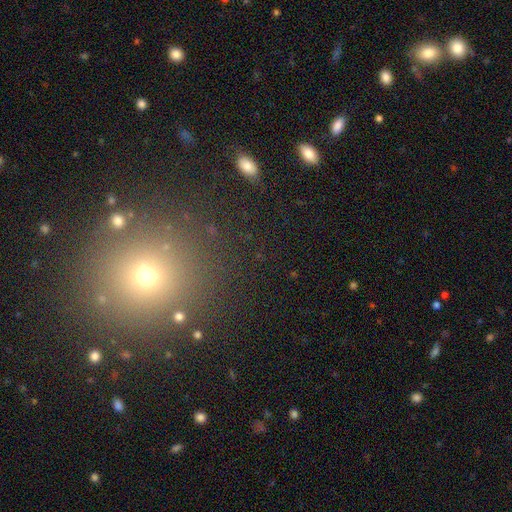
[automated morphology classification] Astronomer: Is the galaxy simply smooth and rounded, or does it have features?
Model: smooth — 54% (runner-up: star or artifact, 37%).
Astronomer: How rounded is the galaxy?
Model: round — 86%.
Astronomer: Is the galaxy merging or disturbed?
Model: none — 86%.